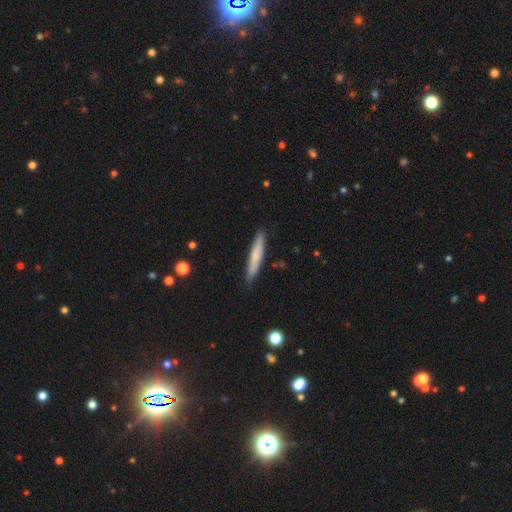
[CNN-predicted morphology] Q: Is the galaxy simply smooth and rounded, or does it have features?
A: smooth — 69%.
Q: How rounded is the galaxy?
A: cigar-shaped — 93%.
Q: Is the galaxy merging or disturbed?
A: none — 87%.